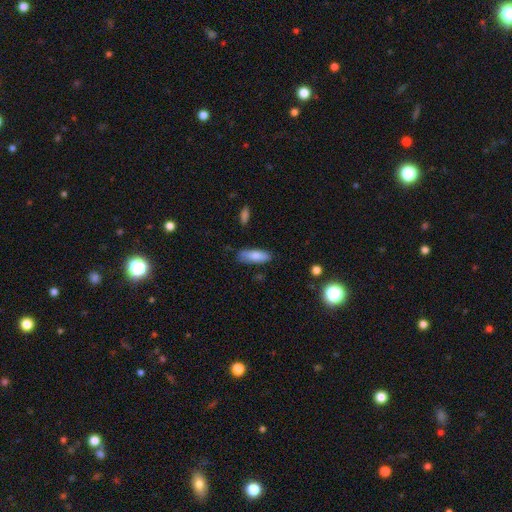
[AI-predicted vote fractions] This appears to be a smooth galaxy with no disk features (84%) that is in between round and cigar-shaped (56%). Merging: none (76%).